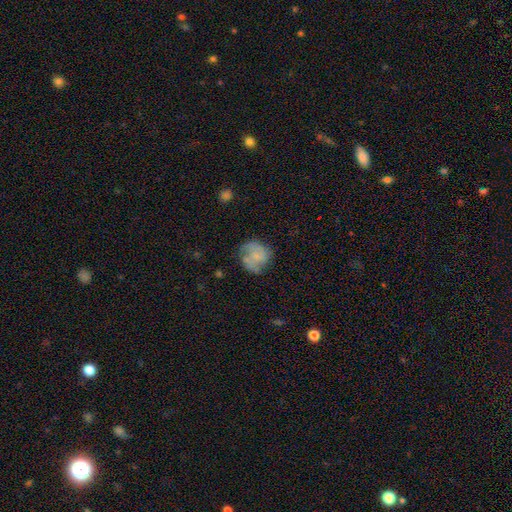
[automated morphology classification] The model was most divided on "bulge size" (2-way tie): none: 39%, small: 39%, moderate: 18%, large: 3%, dominant: 1%. More confident: edge-on disk — no (98%); spiral arms — yes (78%); bar — no (69%); merging — none (59%); smooth or featured — featured or disk (51%).